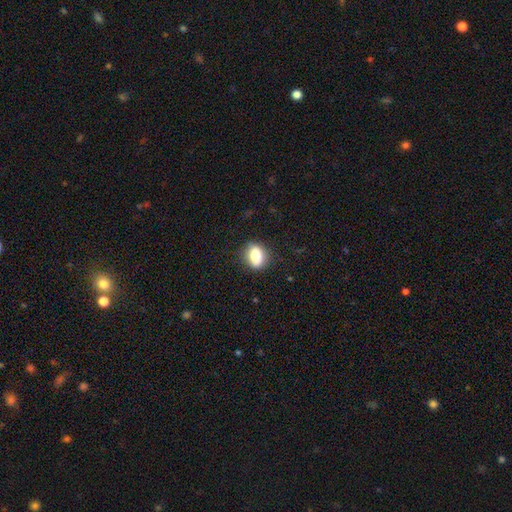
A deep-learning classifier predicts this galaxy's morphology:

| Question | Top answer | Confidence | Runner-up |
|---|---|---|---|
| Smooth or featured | smooth | 82% | featured or disk (10%) |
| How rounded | in between | 70% | round (26%) |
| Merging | none | 81% | minor disturbance (14%) |